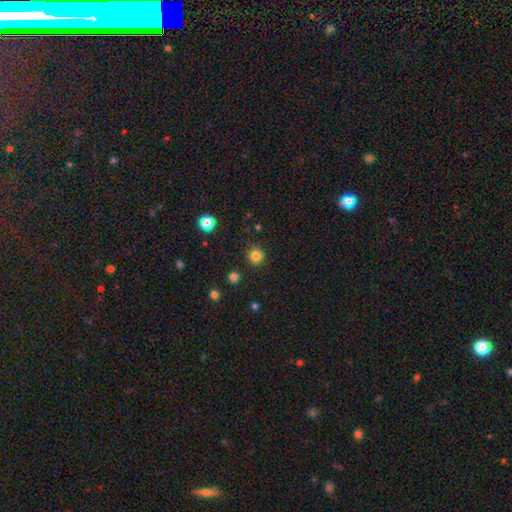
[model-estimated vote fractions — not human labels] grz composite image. It shows a smooth galaxy with no disk features (83%) that is round (94%). Merging: none (91%).